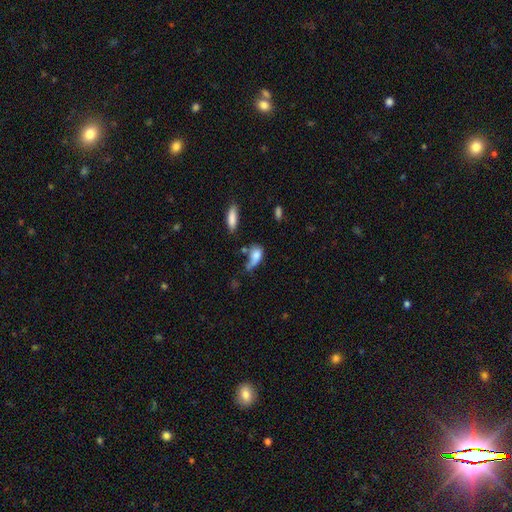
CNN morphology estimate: Overall: smooth (71%). How rounded: in between (74%). Merging: major disturbance (33%; minor disturbance 25%).